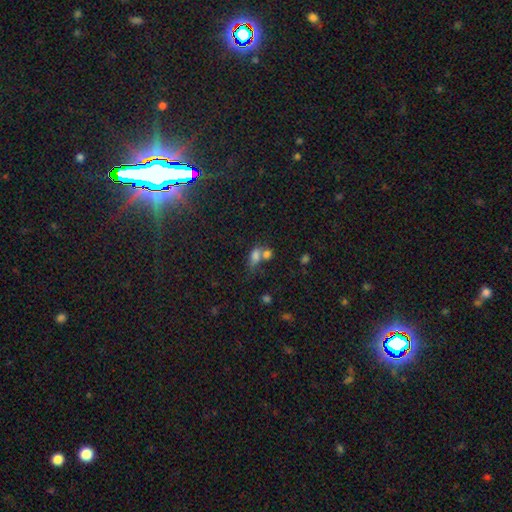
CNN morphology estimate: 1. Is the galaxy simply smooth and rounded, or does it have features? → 72% smooth, 15% star or artifact, 13% featured or disk.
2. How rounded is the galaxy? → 73% in between, 21% round, 6% cigar-shaped.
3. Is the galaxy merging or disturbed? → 54% merger, 25% none, 11% minor disturbance, 9% major disturbance.